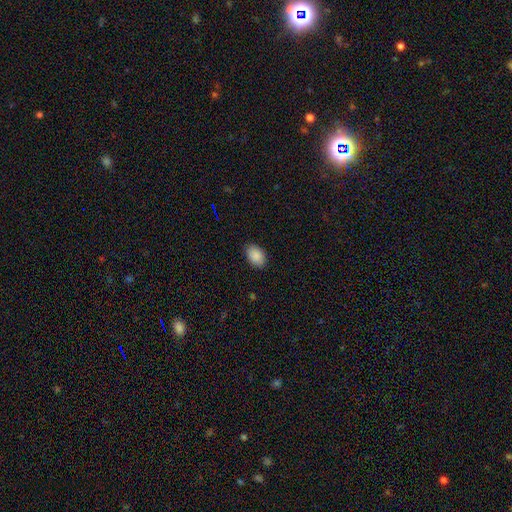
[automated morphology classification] The model was most divided on "how rounded": in between: 86%, round: 13%, cigar-shaped: 1%. More confident: smooth or featured — smooth (89%); merging — none (88%).